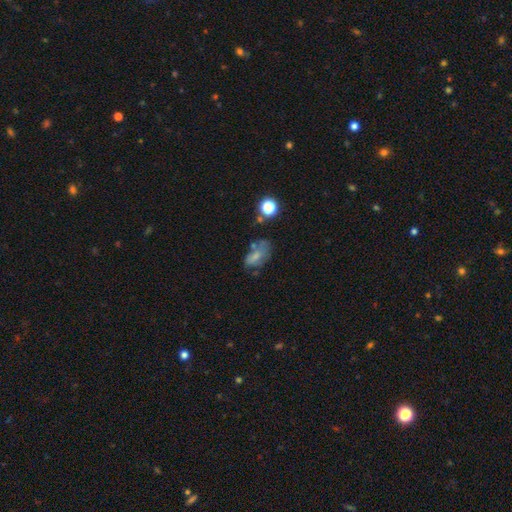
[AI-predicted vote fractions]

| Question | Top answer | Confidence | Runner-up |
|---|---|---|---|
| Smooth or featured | smooth | 61% | featured or disk (27%) |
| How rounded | in between | 87% | round (9%) |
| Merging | none | 39% | minor disturbance (29%) |